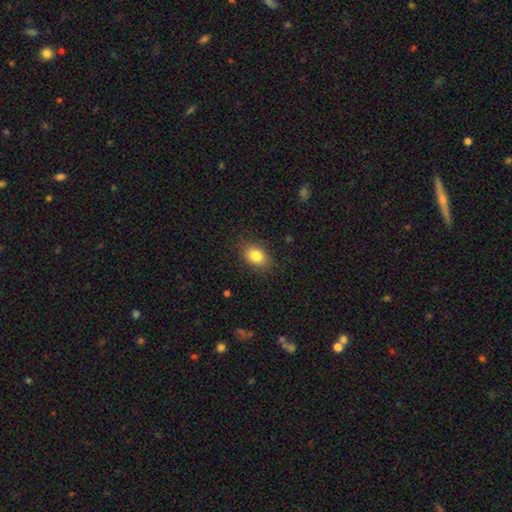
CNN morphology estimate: Smooth or featured: smooth — 83% (star or artifact — 9%)
How rounded: in between — 76% (round — 23%)
Merging: none — 85% (minor disturbance — 11%)